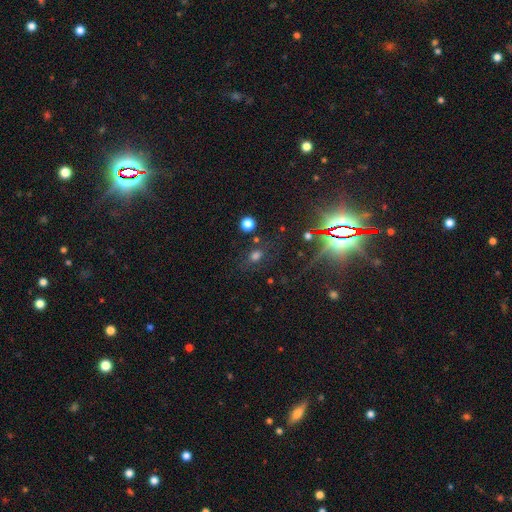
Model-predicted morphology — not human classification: smooth_or_featured: star or artifact (p=0.45) [alt: smooth p=0.42]